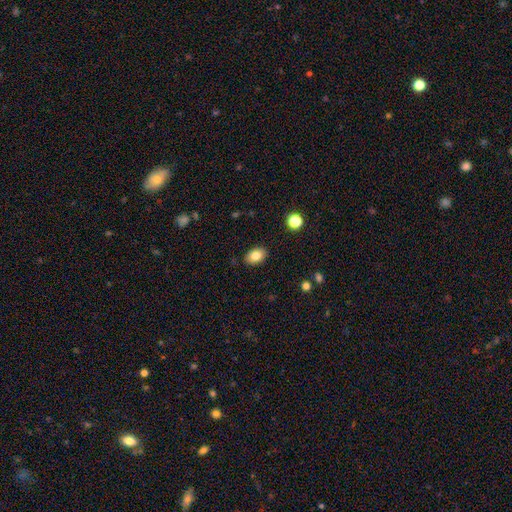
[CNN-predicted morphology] smooth-or-featured: smooth: 82% | featured or disk: 9% | star or artifact: 9%
  how-rounded: in between: 85% | round: 13% | cigar-shaped: 1%
  merging: none: 88% | minor disturbance: 9% | major disturbance: 2% | merger: 1%